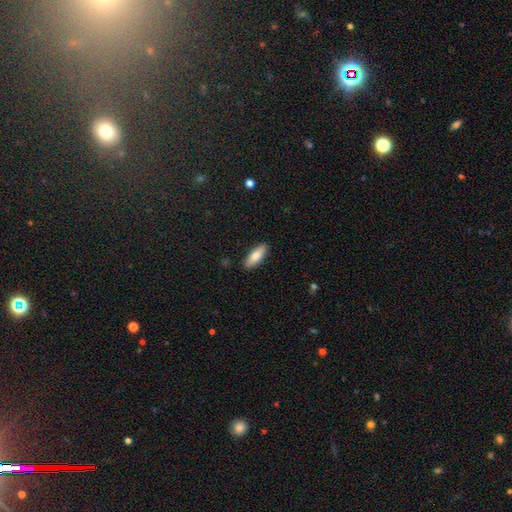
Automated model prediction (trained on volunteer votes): Smooth or featured: smooth — 78% (featured or disk — 16%)
How rounded: in between — 61% (cigar-shaped — 37%)
Merging: none — 90% (minor disturbance — 8%)